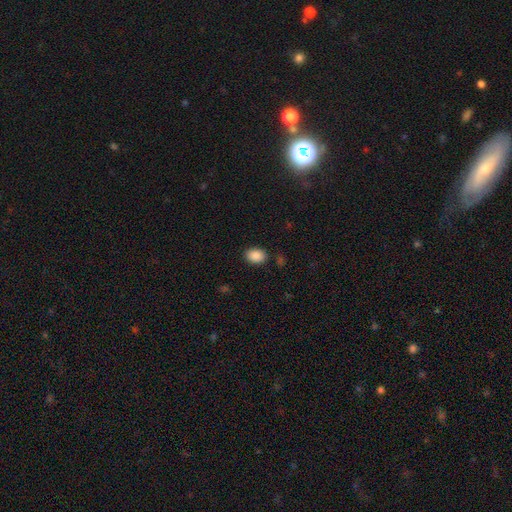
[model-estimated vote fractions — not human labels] A smooth galaxy with no disk features (89%) that is in between round and cigar-shaped (79%). Merging: none (86%).